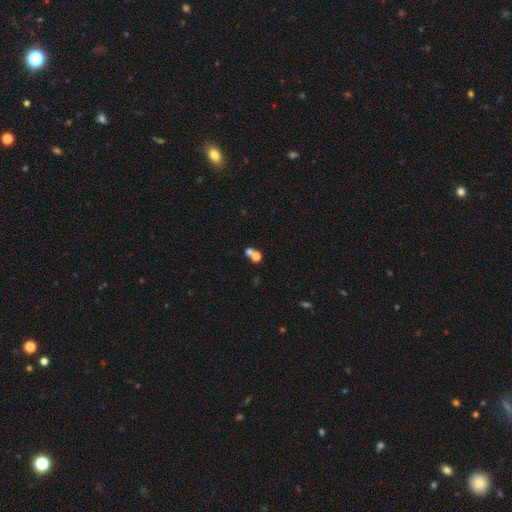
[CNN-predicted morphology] A smooth galaxy with no disk features (66%) that is round (71%). Merging: merger (49%).